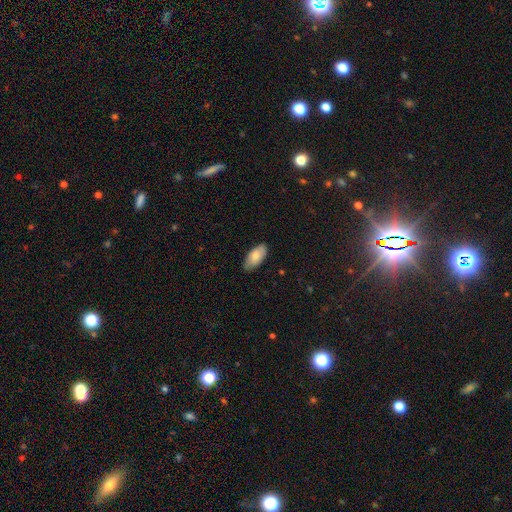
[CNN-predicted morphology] Smooth or featured: smooth — 79% (featured or disk — 15%)
How rounded: in between — 92% (cigar-shaped — 6%)
Merging: none — 82% (minor disturbance — 15%)